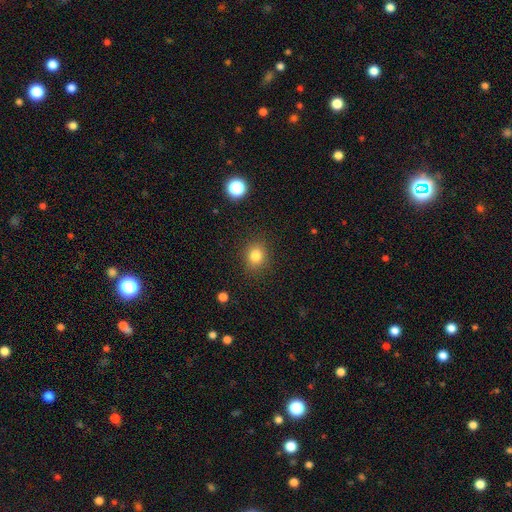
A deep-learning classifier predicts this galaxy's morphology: type=smooth (81%); roundness=round (71%); merging=none (88%).